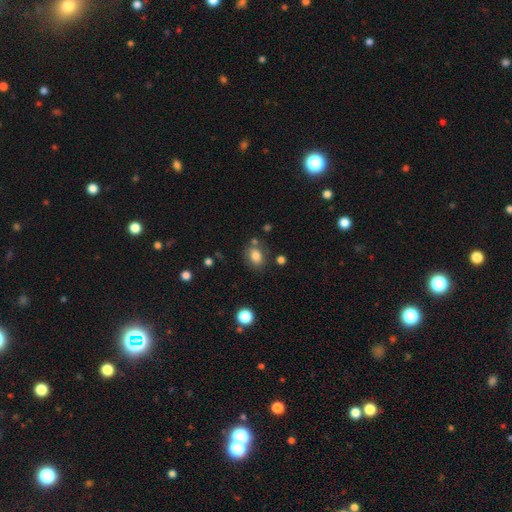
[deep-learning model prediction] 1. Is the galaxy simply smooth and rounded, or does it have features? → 80% smooth, 11% star or artifact, 9% featured or disk.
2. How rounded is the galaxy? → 58% in between, 41% round, 1% cigar-shaped.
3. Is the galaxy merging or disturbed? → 71% none, 16% minor disturbance, 9% merger, 5% major disturbance.